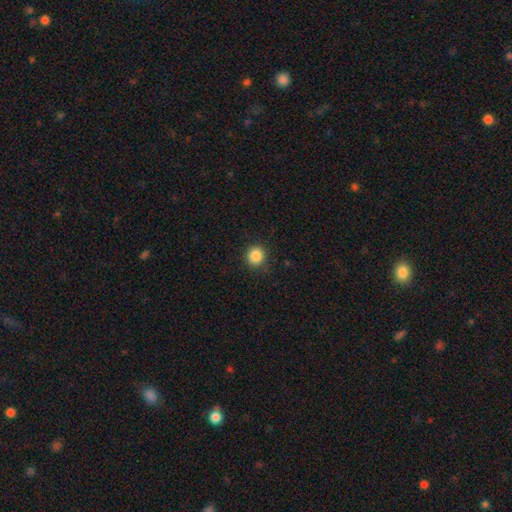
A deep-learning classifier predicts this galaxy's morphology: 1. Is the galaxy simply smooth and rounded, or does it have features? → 86% smooth, 10% star or artifact, 4% featured or disk.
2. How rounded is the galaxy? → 91% round, 8% in between, 1% cigar-shaped.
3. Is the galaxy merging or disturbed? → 91% none, 6% minor disturbance, 2% major disturbance, 1% merger.